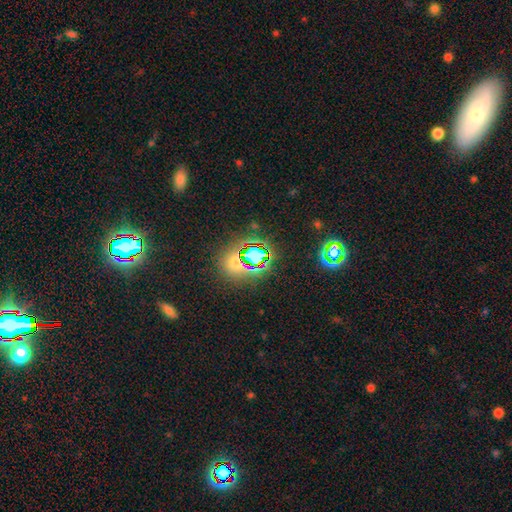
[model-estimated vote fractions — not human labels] This appears to be a star or artifact, not a galaxy (69%).